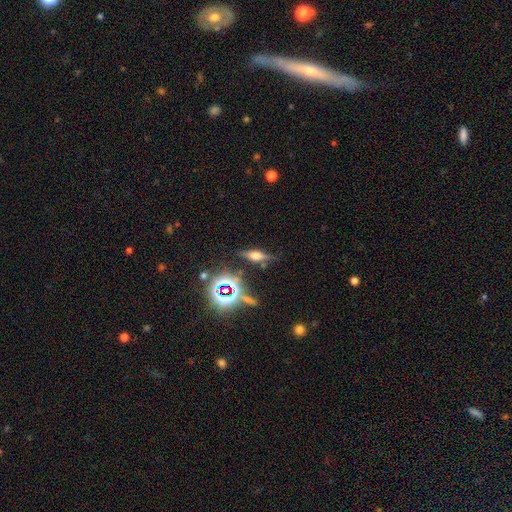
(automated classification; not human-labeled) Smooth or featured?
  - featured or disk: 41% *
  - smooth: 35%
  - star or artifact: 24%
Merging?
  - none: 74% *
  - minor disturbance: 15%
  - major disturbance: 6%
  - merger: 5%